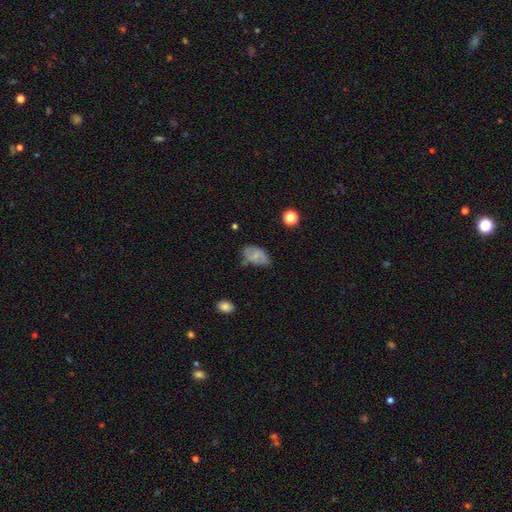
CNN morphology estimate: A smooth galaxy with no disk features (58%) that is in between round and cigar-shaped (91%).

Vote fractions:
- Smooth or featured? smooth: 58% / featured or disk: 34% / star or artifact: 9%
- How rounded? in between: 91% / round: 7% / cigar-shaped: 2%
- Merging? none: 64% / minor disturbance: 26% / major disturbance: 7% / merger: 3%